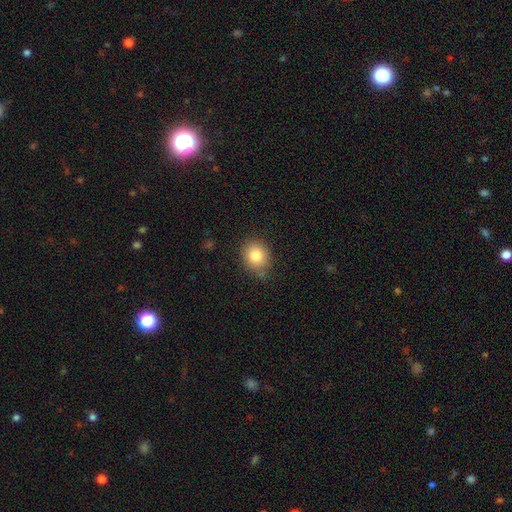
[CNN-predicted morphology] smooth_or_featured: smooth (p=0.83) [alt: star or artifact p=0.10]
how_rounded: round (p=0.68) [alt: in between p=0.32]
merging: none (p=0.79) [alt: minor disturbance p=0.15]